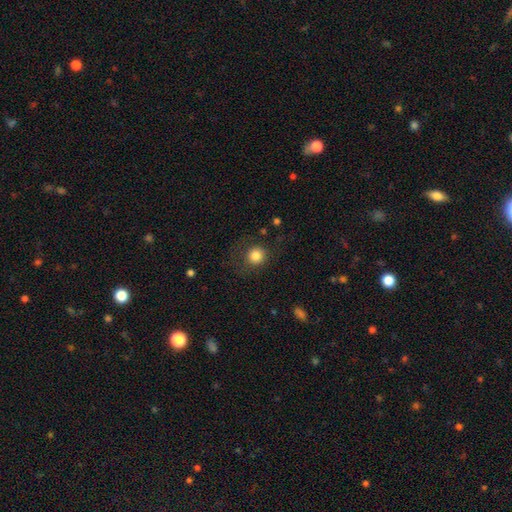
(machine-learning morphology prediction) Smooth or featured? Predicted: smooth (p=0.83). How rounded? Predicted: round (p=0.90). Merging? Predicted: none (p=0.78).